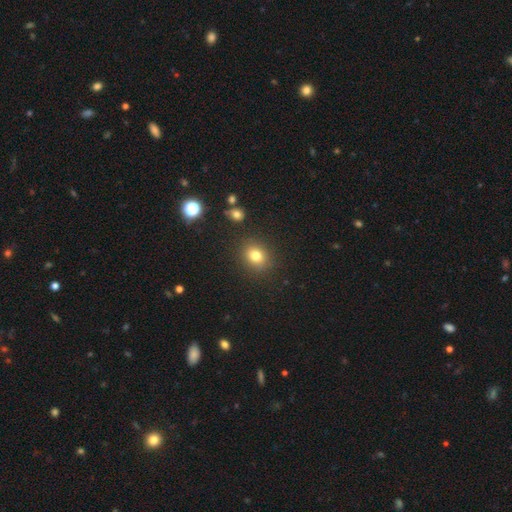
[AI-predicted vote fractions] Smooth or featured? Predicted: smooth (p=0.79). How rounded? Predicted: round (p=0.62). Merging? Predicted: none (p=0.86).